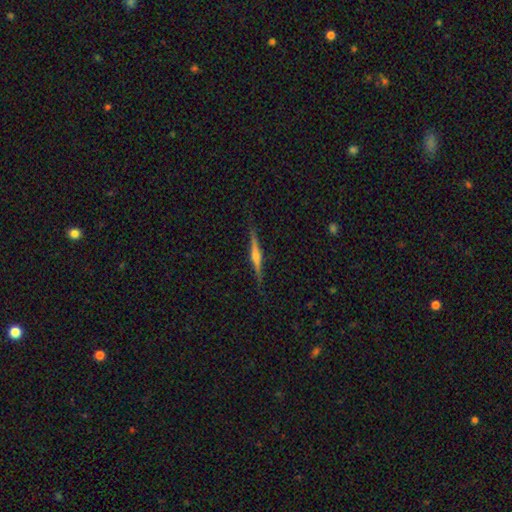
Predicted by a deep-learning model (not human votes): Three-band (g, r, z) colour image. It shows a featured or disk galaxy (73%) viewed edge-on (98%) with a rounded central bulge (82%). Merging: none (89%).